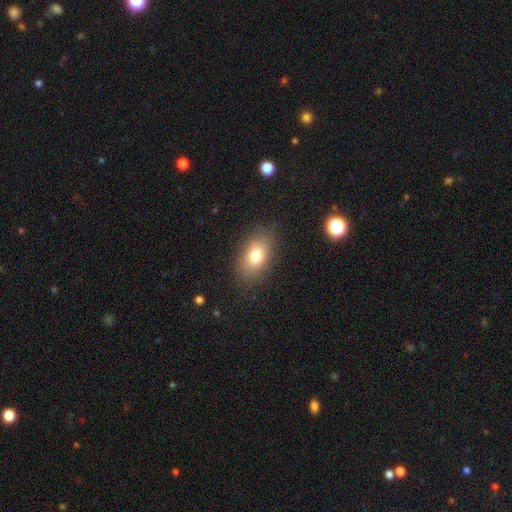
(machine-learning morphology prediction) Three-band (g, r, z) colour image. It shows a smooth galaxy with no disk features (77%) that is in between round and cigar-shaped (86%). Merging: none (83%).